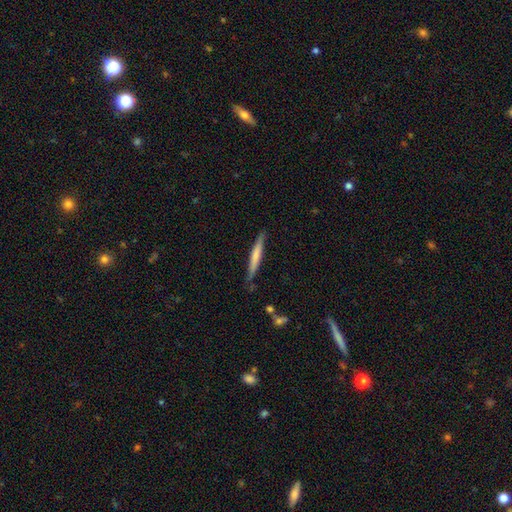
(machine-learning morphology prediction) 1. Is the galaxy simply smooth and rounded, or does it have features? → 61% smooth, 34% featured or disk, 5% star or artifact.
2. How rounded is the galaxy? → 95% cigar-shaped, 4% in between, 1% round.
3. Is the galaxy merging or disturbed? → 81% none, 14% minor disturbance, 2% major disturbance, 2% merger.